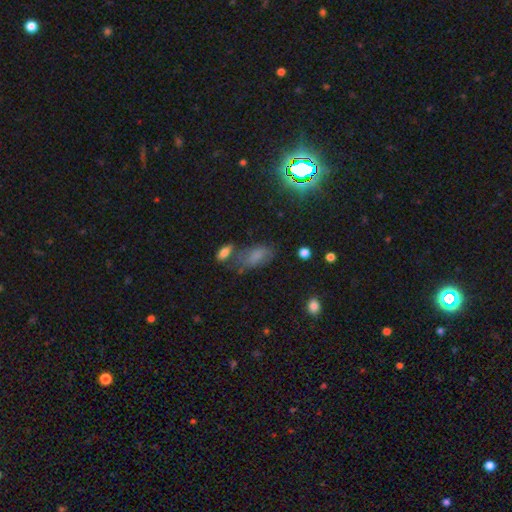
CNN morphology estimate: Q: Smooth or featured?
A: smooth (60%); runner-up: star or artifact (21%)
Q: How rounded?
A: in between (88%); runner-up: round (7%)
Q: Merging?
A: none (56%); runner-up: minor disturbance (22%)